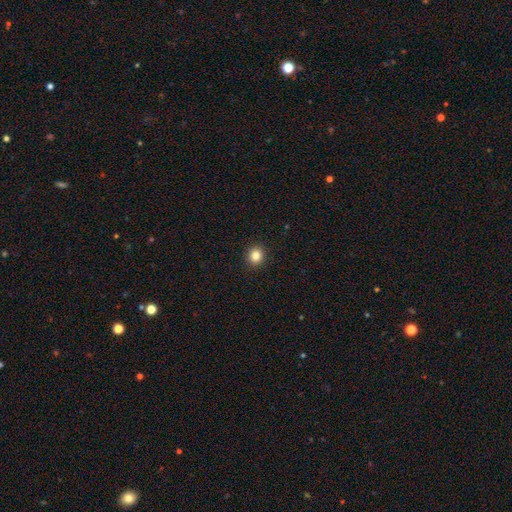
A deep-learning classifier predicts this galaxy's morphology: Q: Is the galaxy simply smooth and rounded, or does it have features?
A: smooth — 84%.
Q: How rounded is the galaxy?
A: round — 84%.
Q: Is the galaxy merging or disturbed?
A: none — 92%.